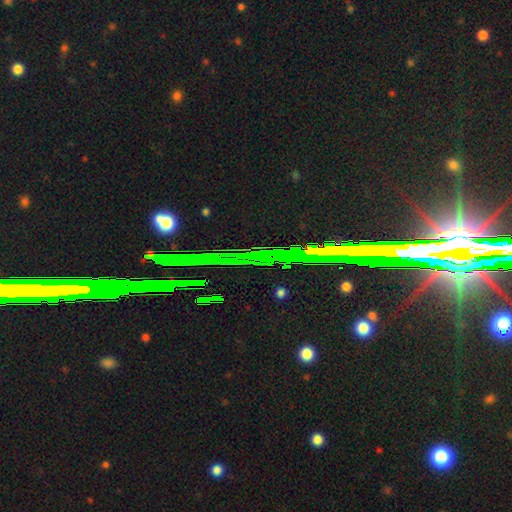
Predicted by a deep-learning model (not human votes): Smooth or featured?
  - star or artifact: 79% *
  - featured or disk: 12%
  - smooth: 9%